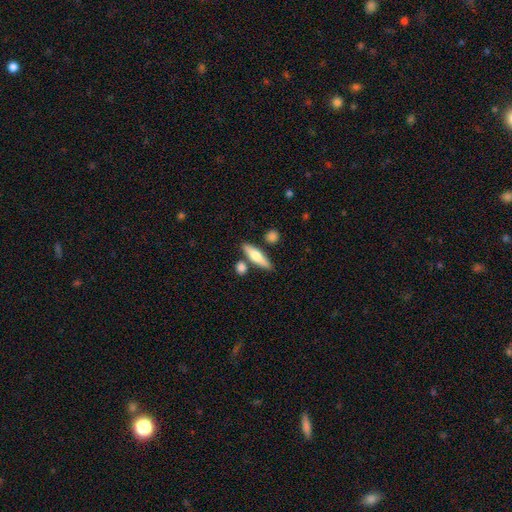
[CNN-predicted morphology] Overall: smooth (62%; featured or disk 32%). How rounded: cigar-shaped (67%; in between 29%). Merging: none (75%).